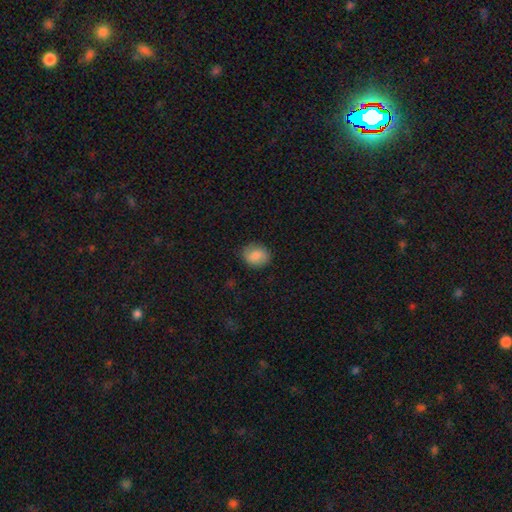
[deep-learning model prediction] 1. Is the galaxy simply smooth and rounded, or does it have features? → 83% smooth, 9% featured or disk, 8% star or artifact.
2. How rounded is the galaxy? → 58% round, 41% in between, 1% cigar-shaped.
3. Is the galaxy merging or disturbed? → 82% none, 13% minor disturbance, 3% major disturbance, 1% merger.